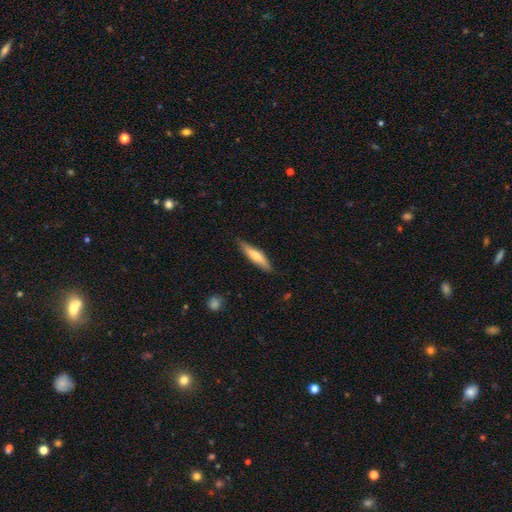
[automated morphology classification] smooth-or-featured: smooth: 59% | featured or disk: 35% | star or artifact: 6%
  how-rounded: cigar-shaped: 79% | in between: 19% | round: 2%
  merging: none: 83% | minor disturbance: 14% | major disturbance: 2% | merger: 1%